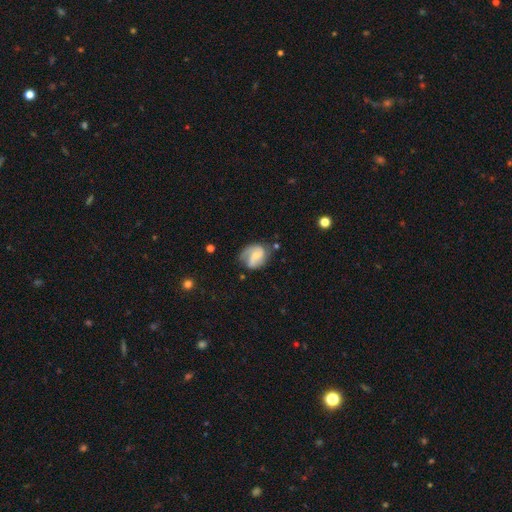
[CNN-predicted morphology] A featured or disk galaxy (65%) with no bar (49%), 2 (62%) medium (43%) spiral arms (87%) and a small central bulge (54%). Merging: none (54%).